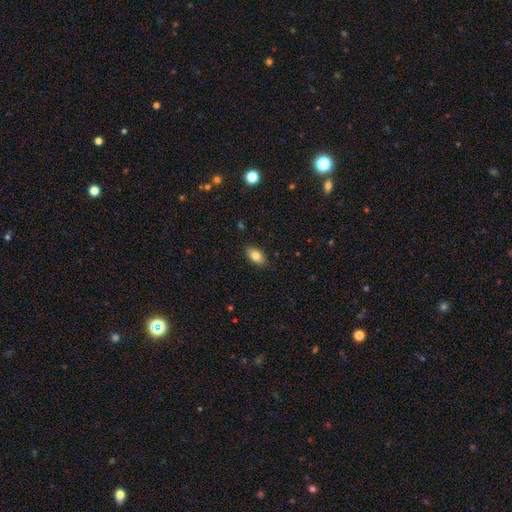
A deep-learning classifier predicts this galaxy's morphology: Smooth or featured? smooth (81%)
How rounded? in between (90%)
Merging? none (87%)